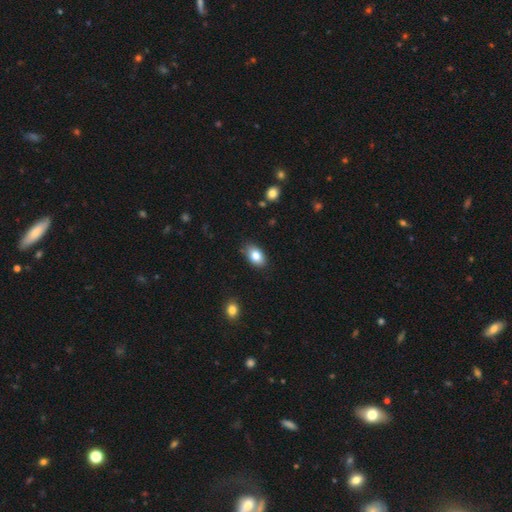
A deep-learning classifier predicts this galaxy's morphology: Smooth or featured: smooth — 84% (featured or disk — 8%)
How rounded: in between — 90% (round — 8%)
Merging: none — 84% (minor disturbance — 13%)